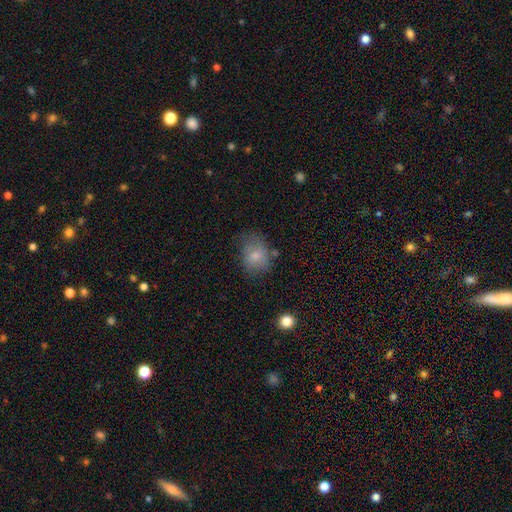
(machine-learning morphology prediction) smooth 74%, featured or disk 17%, star or artifact 9%. Down the decision tree: how rounded — in between (56%); merging — none (51%).